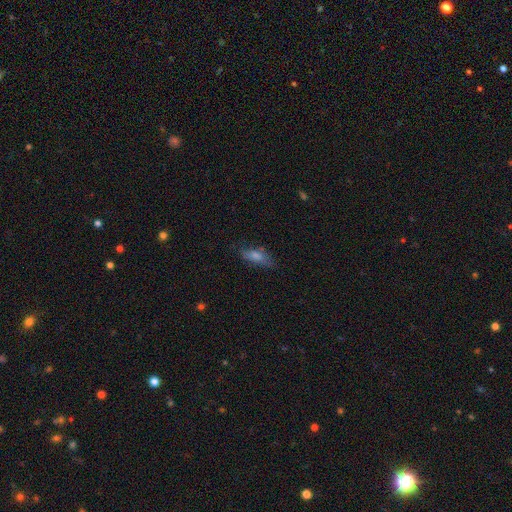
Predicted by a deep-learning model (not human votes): smooth 56%, featured or disk 30%, star or artifact 14%. Down the decision tree: how rounded — in between (55%); merging — none (71%).